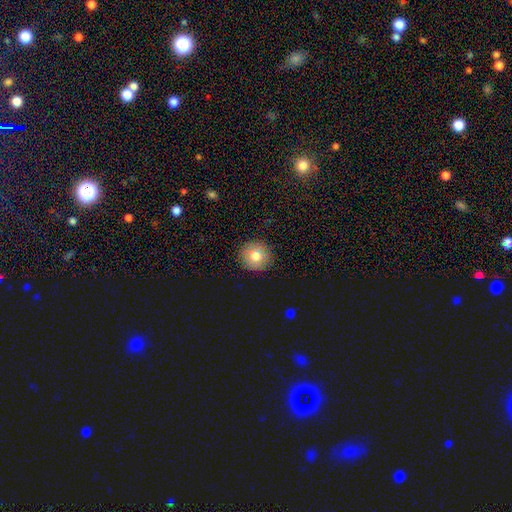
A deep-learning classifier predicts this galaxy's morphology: Smooth or featured?
  - smooth: 77% *
  - featured or disk: 13%
  - star or artifact: 10%
How rounded?
  - round: 91% *
  - in between: 8%
  - cigar-shaped: 1%
Merging?
  - none: 91% *
  - minor disturbance: 6%
  - major disturbance: 2%
  - merger: 1%